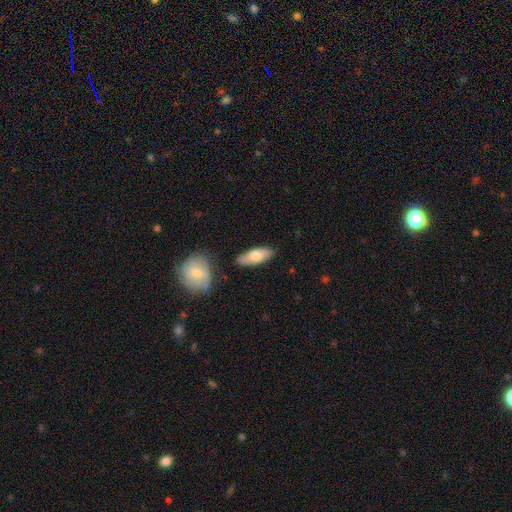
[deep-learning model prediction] Smooth or featured: smooth — 72% (featured or disk — 23%)
How rounded: in between — 74% (cigar-shaped — 24%)
Merging: none — 80% (minor disturbance — 13%)